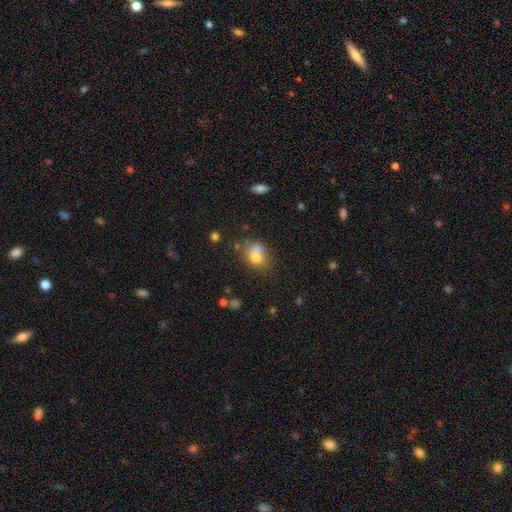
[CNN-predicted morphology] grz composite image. It shows a smooth galaxy with no disk features (73%) that is in between round and cigar-shaped (54%). Merging: none (38%).